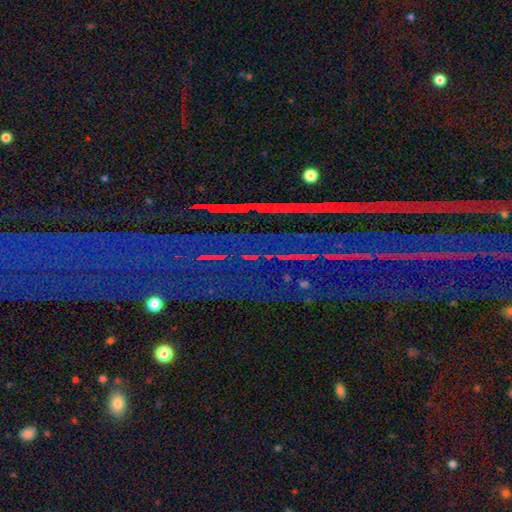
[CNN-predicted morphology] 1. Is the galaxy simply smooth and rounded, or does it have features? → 86% star or artifact, 8% featured or disk, 6% smooth.